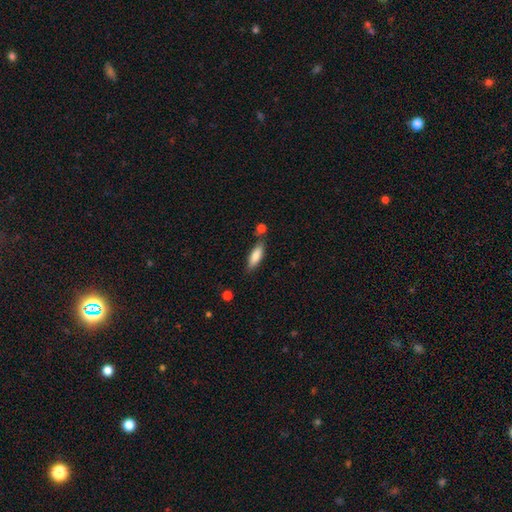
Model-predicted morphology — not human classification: The model was most divided on "how rounded": in between: 54%, cigar-shaped: 44%, round: 2%. More confident: smooth or featured — smooth (81%); merging — none (74%).